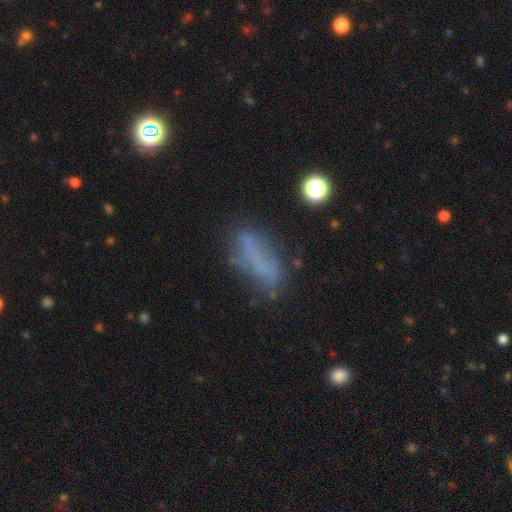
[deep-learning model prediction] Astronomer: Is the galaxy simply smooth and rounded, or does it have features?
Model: smooth — 51% (runner-up: featured or disk, 33%).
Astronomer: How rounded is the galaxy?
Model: in between — 52% (runner-up: cigar-shaped, 44%).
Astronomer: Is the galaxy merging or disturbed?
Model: none — 60%.